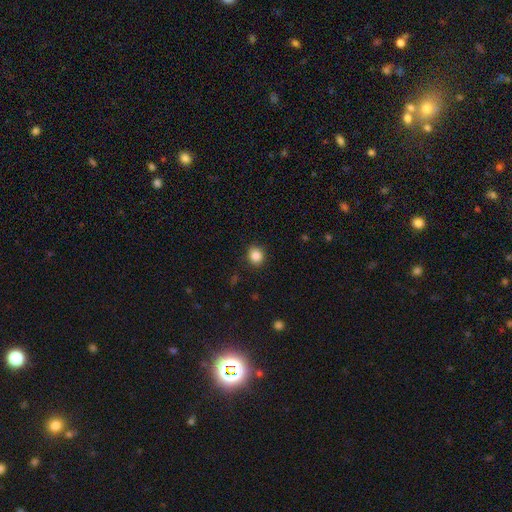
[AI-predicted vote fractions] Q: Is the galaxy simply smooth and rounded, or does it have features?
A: smooth — 86%.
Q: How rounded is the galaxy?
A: round — 81%.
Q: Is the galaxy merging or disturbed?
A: none — 89%.